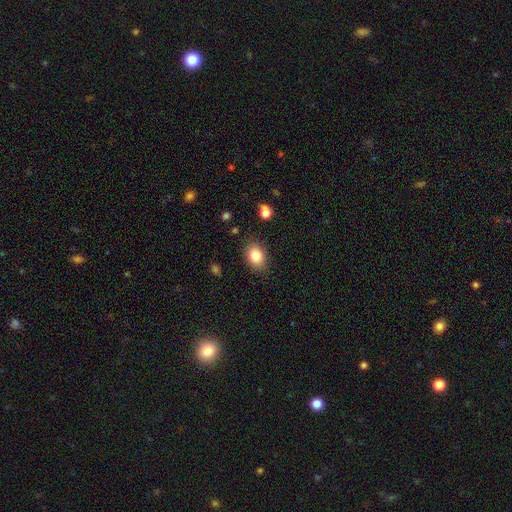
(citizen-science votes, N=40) Volunteers were most divided on "how rounded": in between: 69%, round: 29%, cigar-shaped: 3%. More confident: smooth or featured — smooth (88%); merging — none (79%).